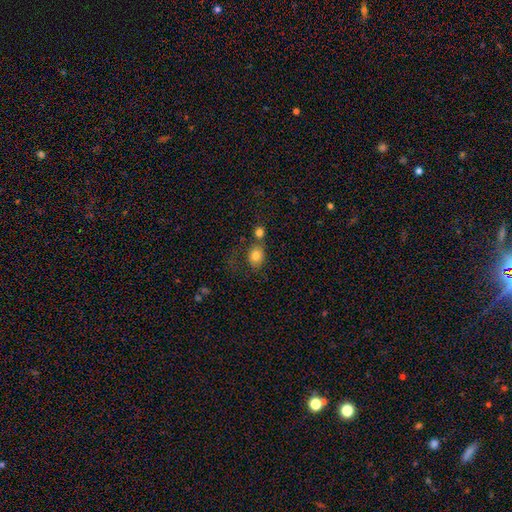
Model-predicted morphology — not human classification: smooth_or_featured: smooth (p=0.80) [alt: star or artifact p=0.10]
how_rounded: round (p=0.59) [alt: in between p=0.40]
merging: none (p=0.49) [alt: merger p=0.29]